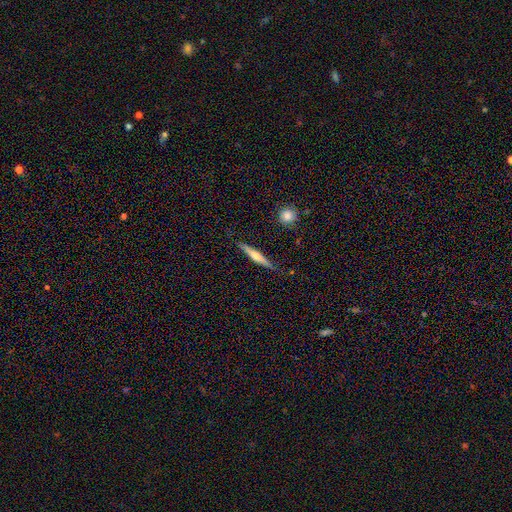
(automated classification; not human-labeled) Smooth or featured? featured or disk (60%)
Edge-on disk? yes (97%)
Edge-on bulge? rounded (85%)
Merging? none (88%)